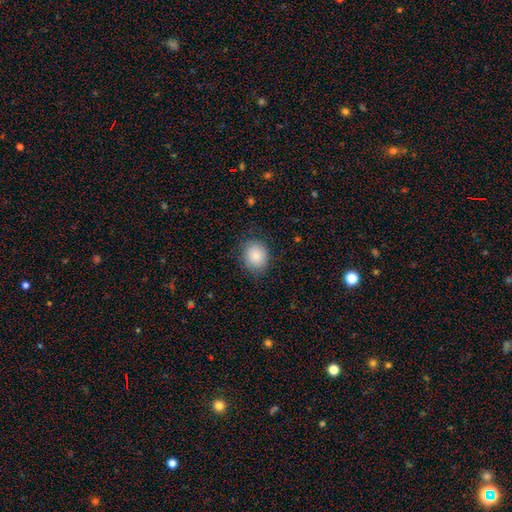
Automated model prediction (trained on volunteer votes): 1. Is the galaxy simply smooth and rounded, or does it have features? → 84% smooth, 8% star or artifact, 7% featured or disk.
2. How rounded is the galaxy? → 62% round, 37% in between, 1% cigar-shaped.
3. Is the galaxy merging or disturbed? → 82% none, 13% minor disturbance, 4% major disturbance, 1% merger.